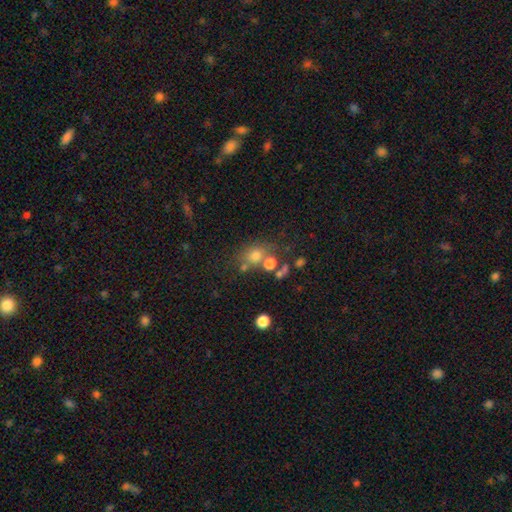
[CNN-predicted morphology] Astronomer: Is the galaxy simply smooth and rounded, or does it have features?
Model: smooth — 67%.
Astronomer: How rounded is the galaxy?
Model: round — 58% (runner-up: in between, 40%).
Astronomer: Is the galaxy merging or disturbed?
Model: none — 52%.